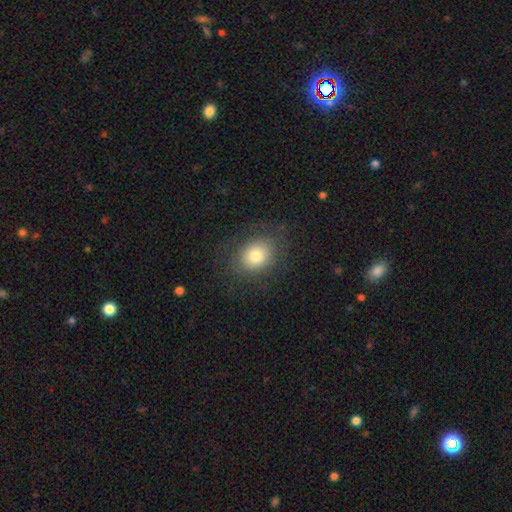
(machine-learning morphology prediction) The model was most divided on "how rounded": round: 59%, in between: 40%, cigar-shaped: 1%. More confident: merging — none (81%); smooth or featured — smooth (76%).